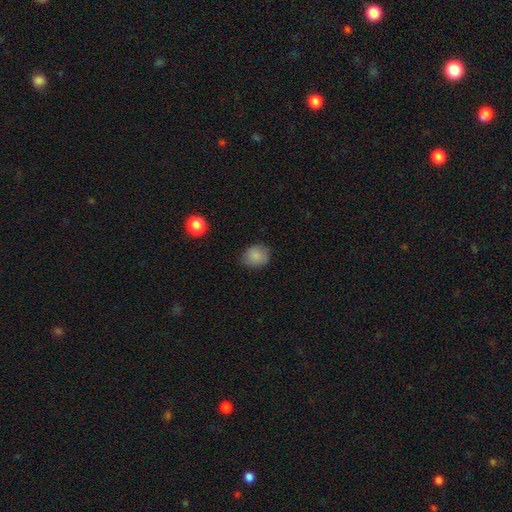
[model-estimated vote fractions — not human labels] This appears to be a smooth galaxy with no disk features (85%) that is round (71%). Merging: none (76%).